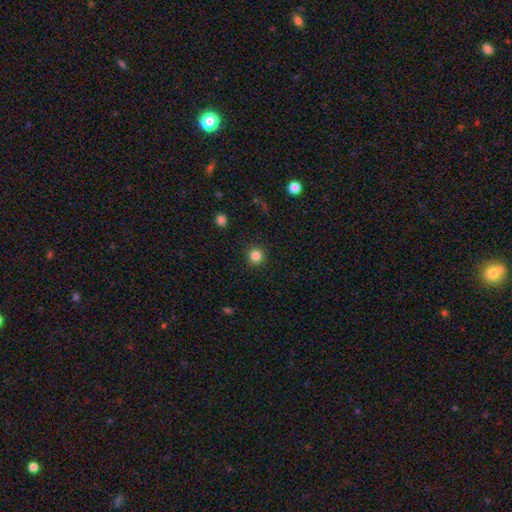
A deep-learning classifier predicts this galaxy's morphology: A smooth galaxy with no disk features (84%) that is round (95%). Merging: none (92%).